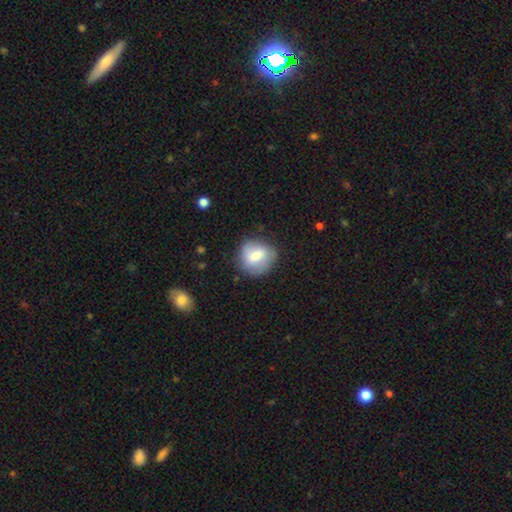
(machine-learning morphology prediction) A smooth galaxy with no disk features (70%) that is round (82%). Merging: none (75%).